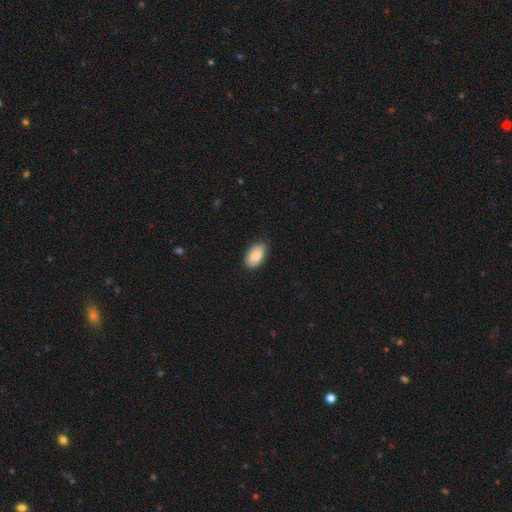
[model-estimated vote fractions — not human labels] smooth_or_featured: smooth (p=0.86) [alt: featured or disk p=0.08]
how_rounded: in between (p=0.94) [alt: round p=0.04]
merging: none (p=0.81) [alt: minor disturbance p=0.15]